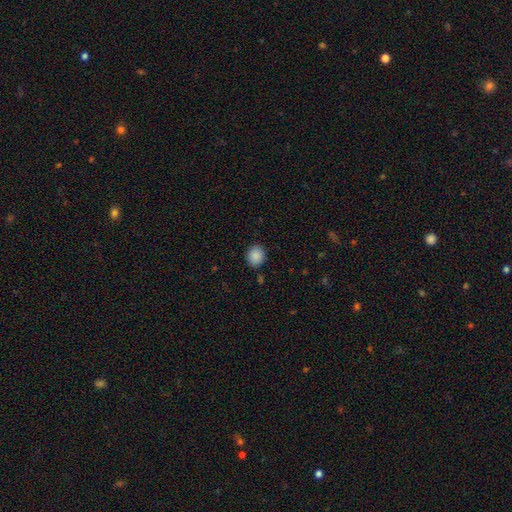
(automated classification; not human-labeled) Q: Smooth or featured?
A: smooth (88%); runner-up: star or artifact (8%)
Q: How rounded?
A: round (76%); runner-up: in between (23%)
Q: Merging?
A: none (87%); runner-up: minor disturbance (9%)